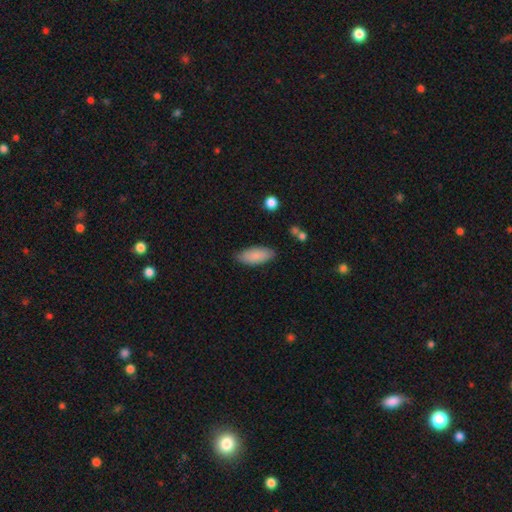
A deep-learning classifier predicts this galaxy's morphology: Smooth or featured? Predicted: smooth (p=0.85). How rounded? Predicted: in between (p=0.87). Merging? Predicted: none (p=0.80).